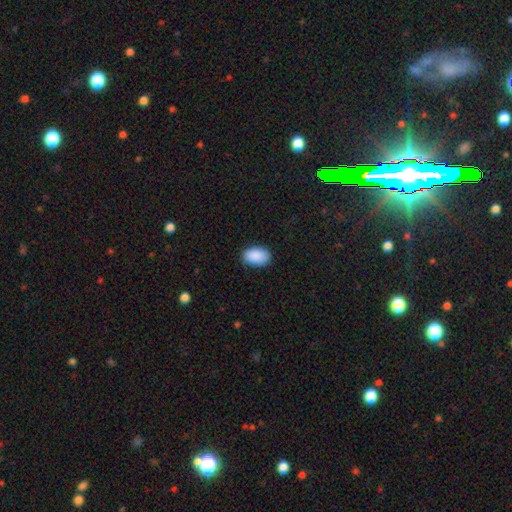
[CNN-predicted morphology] smooth-or-featured: smooth: 90% | star or artifact: 6% | featured or disk: 4%
  how-rounded: in between: 92% | round: 7% | cigar-shaped: 1%
  merging: none: 82% | minor disturbance: 15% | major disturbance: 3% | merger: 1%